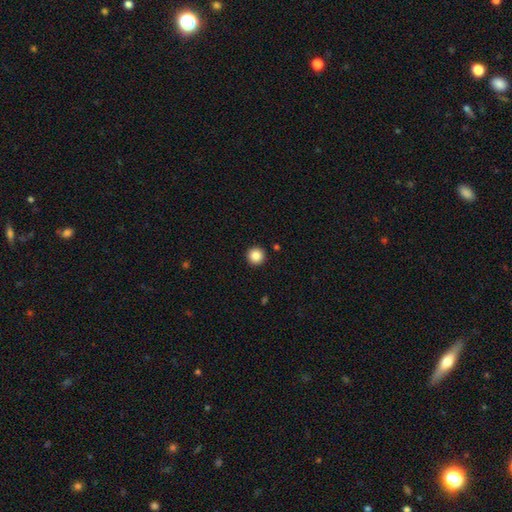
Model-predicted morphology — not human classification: Smooth or featured: smooth — 87% (star or artifact — 9%)
How rounded: round — 96% (in between — 3%)
Merging: none — 93% (minor disturbance — 4%)